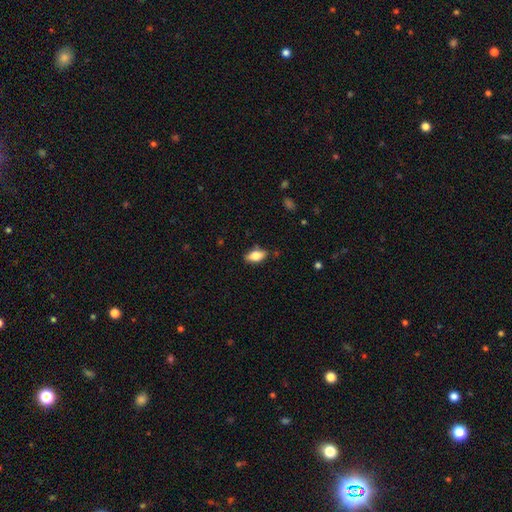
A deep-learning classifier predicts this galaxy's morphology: This is likely a smooth galaxy (76%). How rounded: clearly in between (87%). Merging: clearly none (82%).